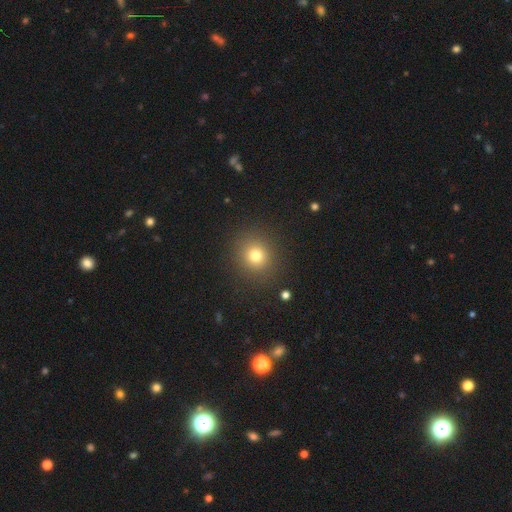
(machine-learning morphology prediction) This is likely a smooth galaxy (76%). How rounded: clearly round (87%). Merging: clearly none (89%).